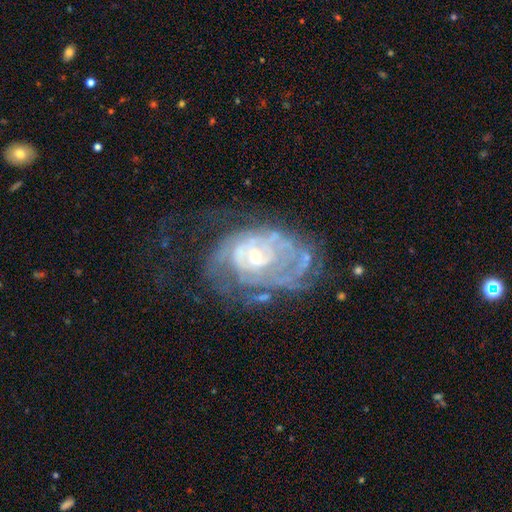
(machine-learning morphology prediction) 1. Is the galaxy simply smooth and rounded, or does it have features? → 83% featured or disk, 10% smooth, 7% star or artifact.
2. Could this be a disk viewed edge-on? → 96% no, 4% yes.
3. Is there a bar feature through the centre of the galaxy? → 70% no, 24% weak, 6% strong.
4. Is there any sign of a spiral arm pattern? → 83% yes, 17% no.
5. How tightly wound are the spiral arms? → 66% tight, 25% medium, 9% loose.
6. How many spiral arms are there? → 51% can't tell, 18% 2, 11% 3, 7% 4, 7% 1, 5% more than 4.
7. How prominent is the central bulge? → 59% small, 36% moderate, 2% large, 1% none, 1% dominant.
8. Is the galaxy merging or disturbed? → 41% none, 33% major disturbance, 23% minor disturbance, 4% merger.